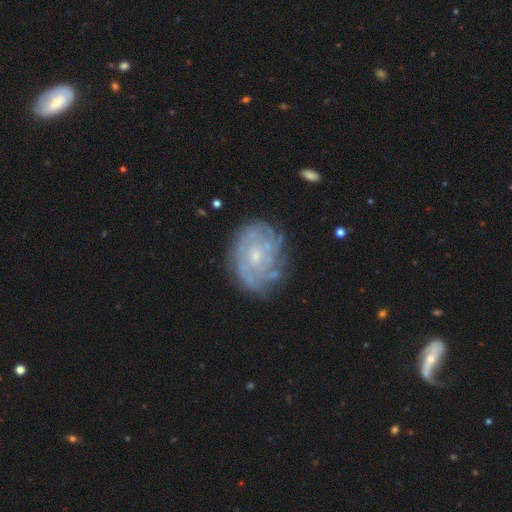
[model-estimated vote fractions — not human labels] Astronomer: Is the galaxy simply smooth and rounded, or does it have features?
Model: featured or disk — 76%.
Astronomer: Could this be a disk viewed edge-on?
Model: no — 97%.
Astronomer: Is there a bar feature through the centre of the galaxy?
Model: no — 77%.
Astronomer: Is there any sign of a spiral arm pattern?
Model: yes — 81%.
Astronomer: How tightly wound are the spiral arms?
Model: tight — 67%.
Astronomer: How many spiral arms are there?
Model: can't tell — 55%.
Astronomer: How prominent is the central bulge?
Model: small — 71%.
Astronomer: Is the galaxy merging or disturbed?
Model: none — 70%.